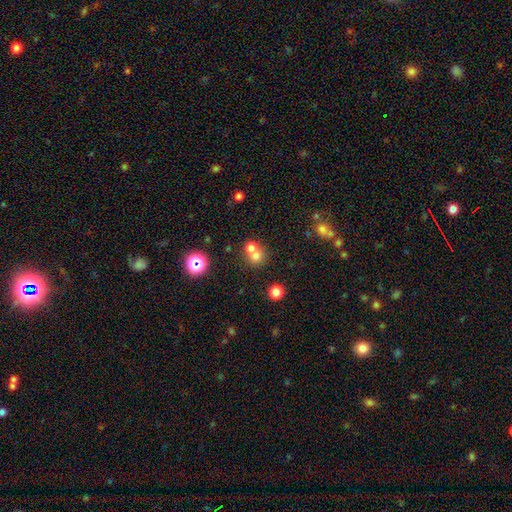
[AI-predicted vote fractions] smooth-or-featured: smooth: 69% | star or artifact: 18% | featured or disk: 12%
  how-rounded: round: 83% | in between: 16% | cigar-shaped: 1%
  merging: merger: 50% | none: 42% | minor disturbance: 5% | major disturbance: 3%